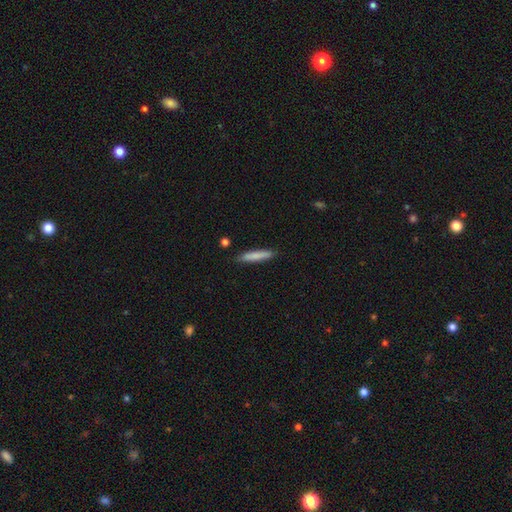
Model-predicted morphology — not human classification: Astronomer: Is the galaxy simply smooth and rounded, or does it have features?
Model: smooth — 80%.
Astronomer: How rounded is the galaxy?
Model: cigar-shaped — 90%.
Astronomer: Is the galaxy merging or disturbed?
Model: none — 85%.